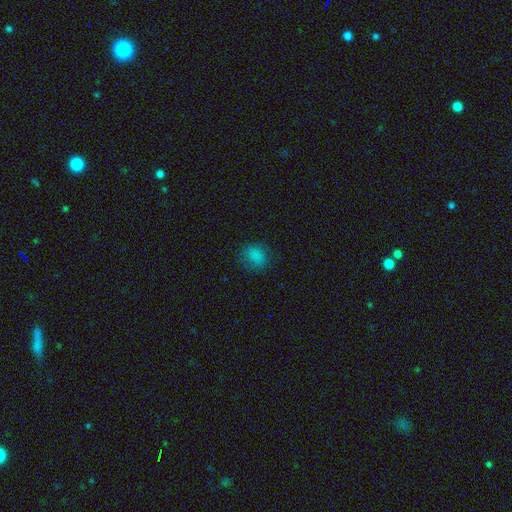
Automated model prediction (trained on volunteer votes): This is clearly a smooth galaxy (81%). How rounded: possibly round (50%). Merging: likely none (77%).